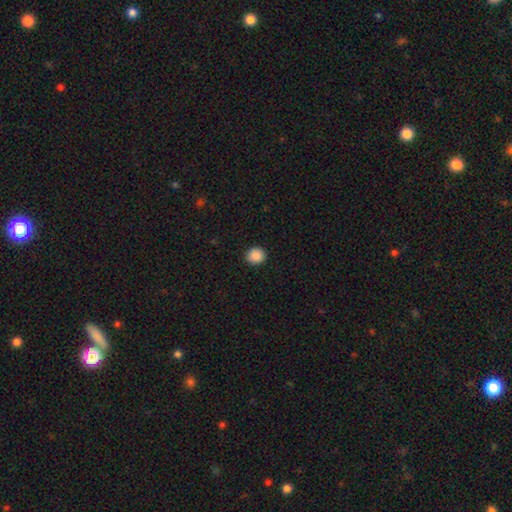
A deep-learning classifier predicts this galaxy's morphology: The model was most divided on "how rounded": round: 83%, in between: 16%, cigar-shaped: 1%. More confident: merging — none (92%); smooth or featured — smooth (89%).